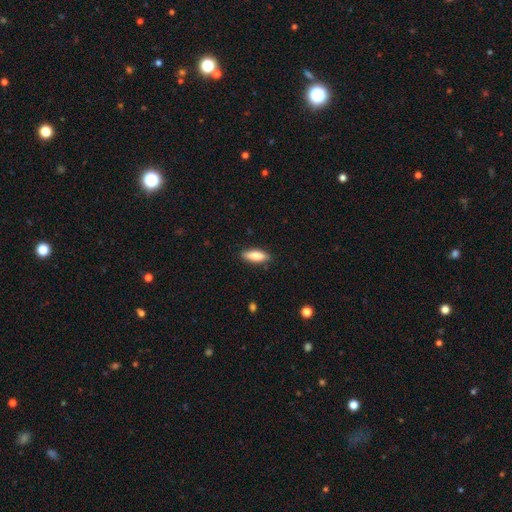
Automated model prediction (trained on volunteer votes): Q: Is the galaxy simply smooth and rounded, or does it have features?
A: smooth — 84%.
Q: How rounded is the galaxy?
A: in between — 64%.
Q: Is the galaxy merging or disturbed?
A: none — 87%.